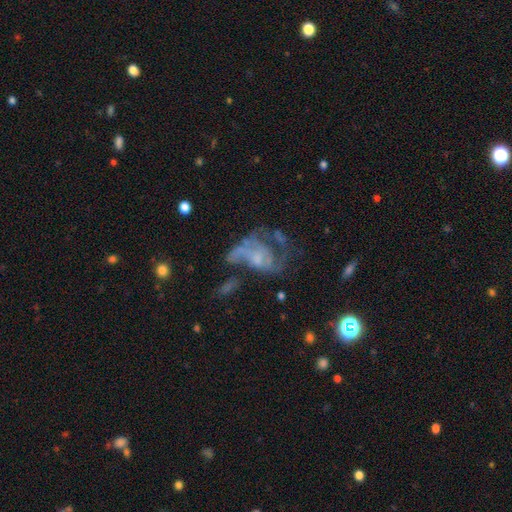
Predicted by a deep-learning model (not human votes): Smooth or featured? featured or disk (68%)
Edge-on disk? no (97%)
Bar? no (72%)
Spiral arms? yes (60%)
Bulge size? small (39%)
Merging? major disturbance (45%)